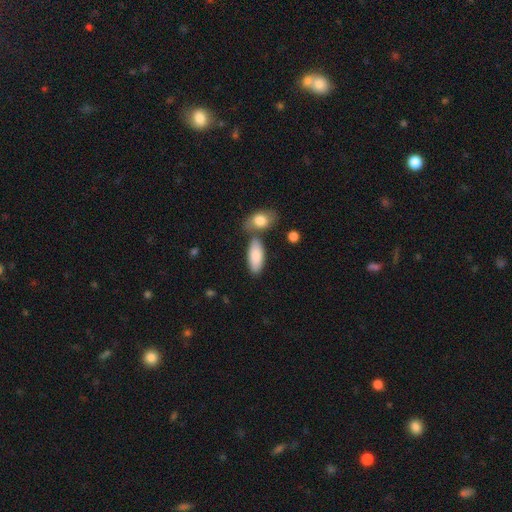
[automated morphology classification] Smooth or featured? Predicted: smooth (p=0.84). How rounded? Predicted: in between (p=0.86). Merging? Predicted: none (p=0.62).